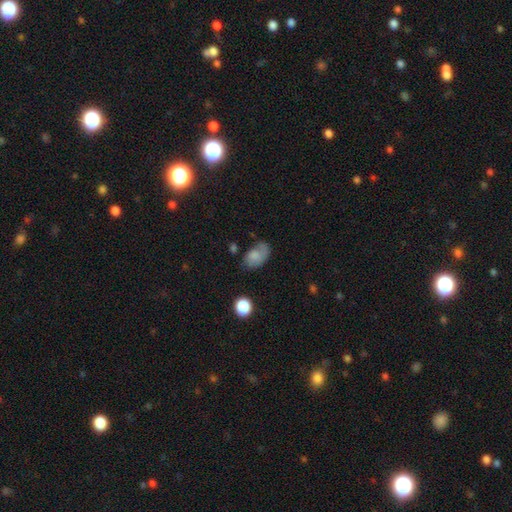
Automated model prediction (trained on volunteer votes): The model was most divided on "merging": none: 50%, minor disturbance: 30%, major disturbance: 15%, merger: 5%. More confident: how rounded — in between (87%); smooth or featured — smooth (72%).